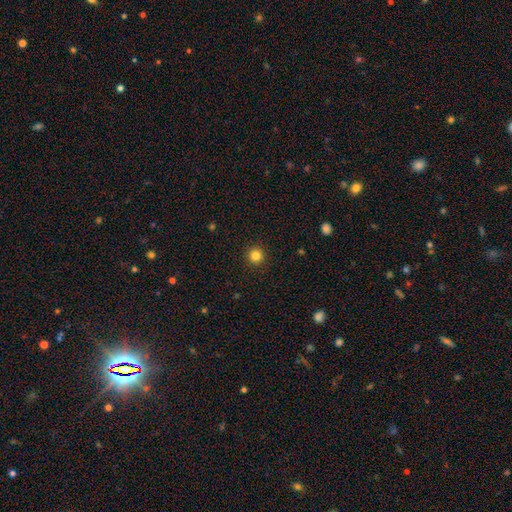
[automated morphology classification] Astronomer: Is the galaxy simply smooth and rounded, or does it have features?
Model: smooth — 83%.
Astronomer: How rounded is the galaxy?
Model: round — 96%.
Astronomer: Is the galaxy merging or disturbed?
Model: none — 93%.